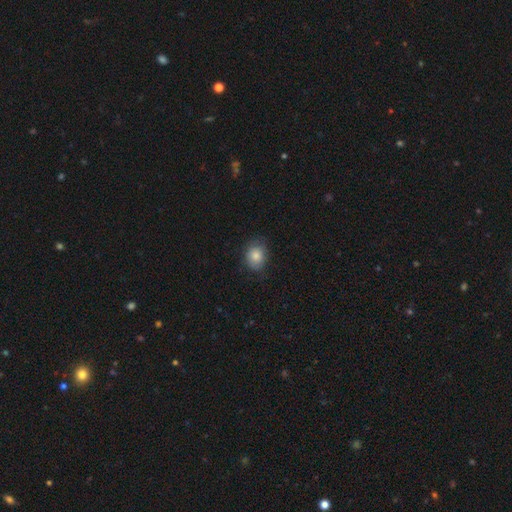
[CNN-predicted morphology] Overall: smooth (82%). How rounded: round (59%; in between 40%). Merging: none (75%).